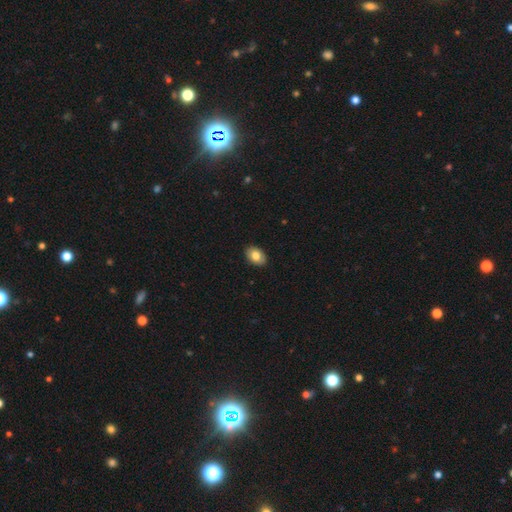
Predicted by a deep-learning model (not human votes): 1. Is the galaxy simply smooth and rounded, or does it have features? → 81% smooth, 12% featured or disk, 7% star or artifact.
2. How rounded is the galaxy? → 86% in between, 13% round, 1% cigar-shaped.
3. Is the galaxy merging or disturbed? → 90% none, 8% minor disturbance, 2% major disturbance, 1% merger.